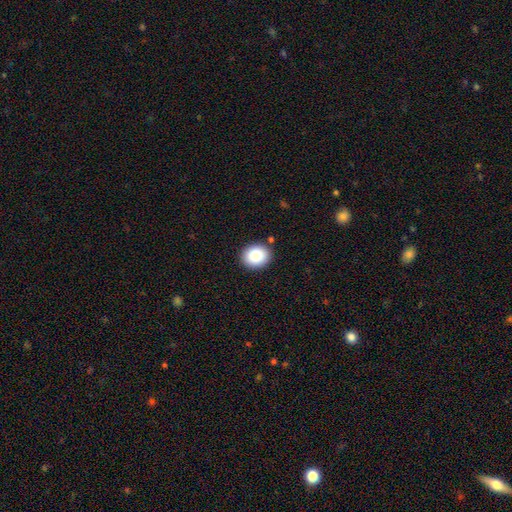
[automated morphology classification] Smooth or featured? smooth (84%)
How rounded? round (63%)
Merging? none (89%)